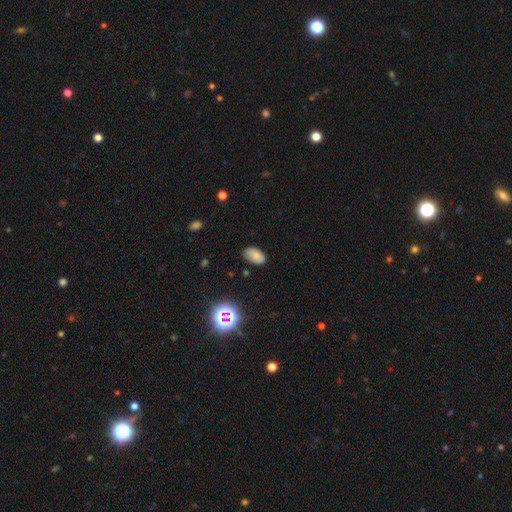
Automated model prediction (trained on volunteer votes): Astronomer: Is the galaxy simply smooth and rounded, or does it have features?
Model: smooth — 78%.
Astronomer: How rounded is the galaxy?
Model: in between — 93%.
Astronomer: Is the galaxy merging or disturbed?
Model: none — 77%.